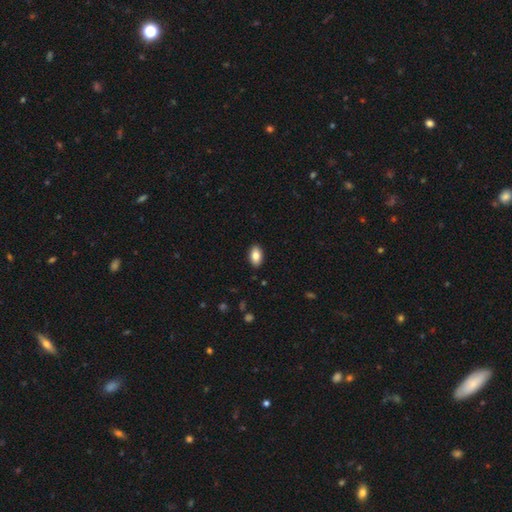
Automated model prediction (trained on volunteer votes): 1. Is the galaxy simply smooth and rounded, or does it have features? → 84% smooth, 9% featured or disk, 7% star or artifact.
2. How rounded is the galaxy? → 93% in between, 5% round, 2% cigar-shaped.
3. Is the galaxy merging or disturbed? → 90% none, 8% minor disturbance, 2% major disturbance, 1% merger.